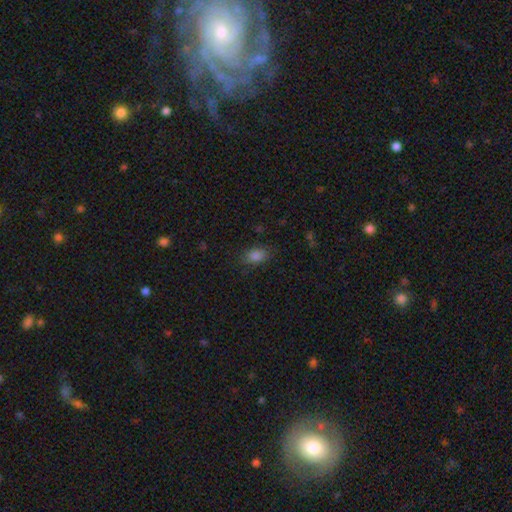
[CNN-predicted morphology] This appears to be a smooth galaxy with no disk features (82%) that is in between round and cigar-shaped (84%). Merging: none (82%).